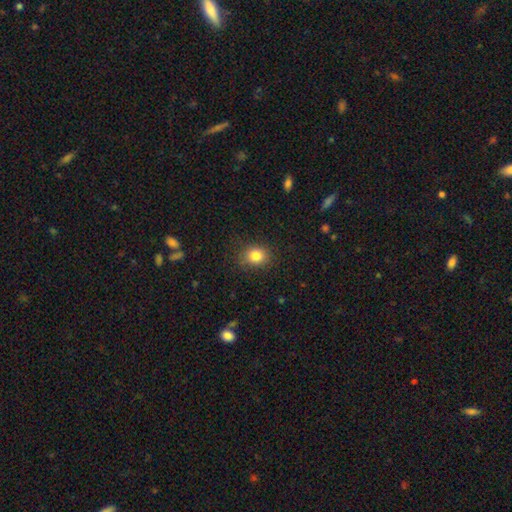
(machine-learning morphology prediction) Smooth or featured?
  - smooth: 83% *
  - star or artifact: 11%
  - featured or disk: 6%
How rounded?
  - round: 62% *
  - in between: 37%
  - cigar-shaped: 1%
Merging?
  - none: 84% *
  - minor disturbance: 11%
  - major disturbance: 3%
  - merger: 1%